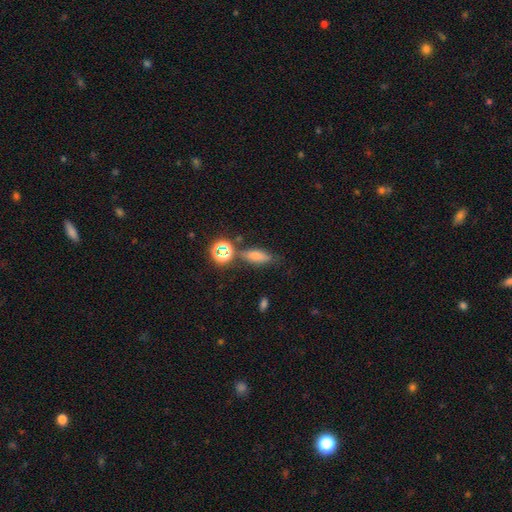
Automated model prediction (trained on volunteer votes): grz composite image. It shows a smooth galaxy with no disk features (51%) that is in between round and cigar-shaped (50%). Merging: none (68%).